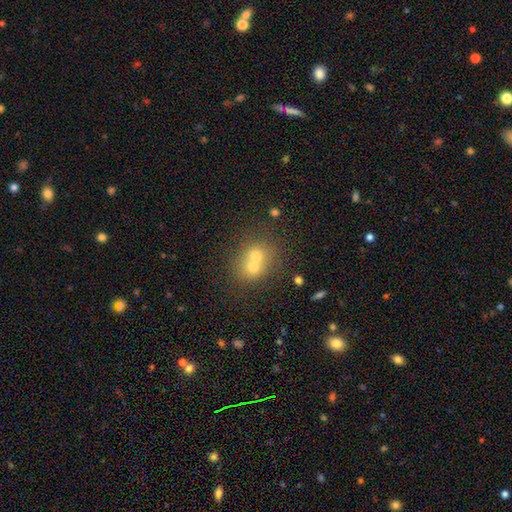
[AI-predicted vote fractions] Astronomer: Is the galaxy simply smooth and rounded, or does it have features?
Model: smooth — 66%.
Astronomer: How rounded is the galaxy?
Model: round — 72%.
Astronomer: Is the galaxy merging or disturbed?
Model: merger — 65%.